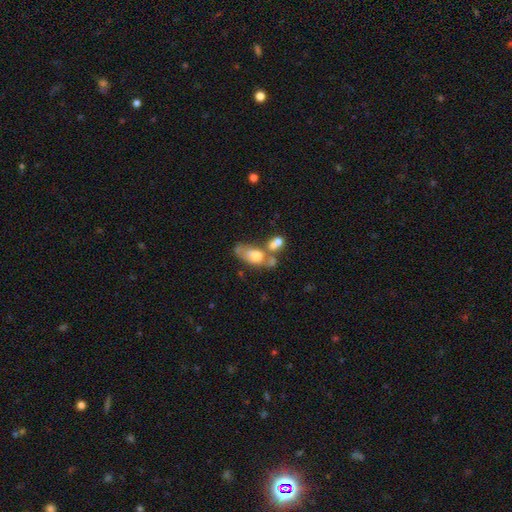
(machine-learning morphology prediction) The model was most divided on "smooth or featured": smooth: 55%, featured or disk: 35%, star or artifact: 10%. More confident: how rounded — in between (82%); merging — merger (53%).